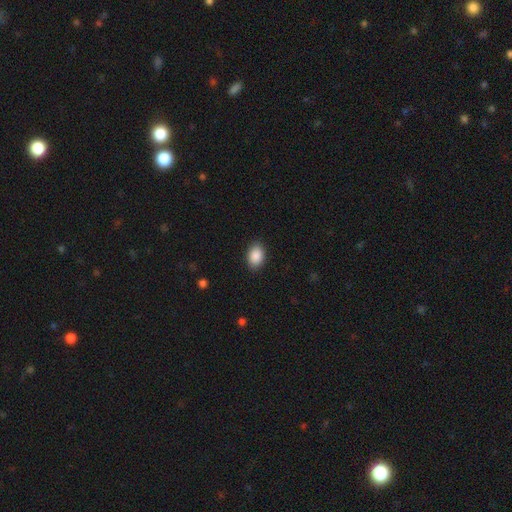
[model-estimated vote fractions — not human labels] This is clearly a smooth galaxy (89%). How rounded: clearly in between (83%). Merging: clearly none (88%).